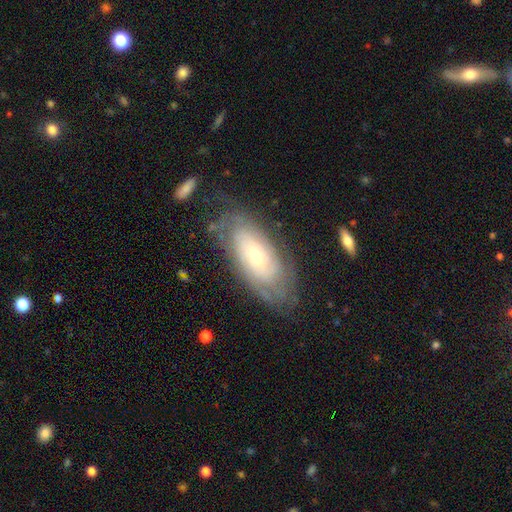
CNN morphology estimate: The model was most divided on "bulge size": small: 59%, moderate: 34%, large: 4%, none: 1%, dominant: 1%. More confident: edge-on disk — no (91%); spiral arms — yes (86%); spiral winding — tight (73%); bar — no (73%); merging — none (70%); smooth or featured — featured or disk (70%); spiral arm count — can't tell (61%).